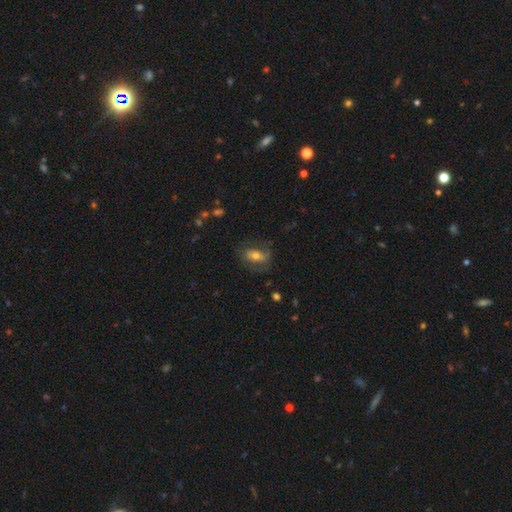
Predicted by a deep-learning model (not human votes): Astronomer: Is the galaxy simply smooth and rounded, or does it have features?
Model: featured or disk — 48% (runner-up: smooth, 43%).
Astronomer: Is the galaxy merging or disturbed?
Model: none — 61%.